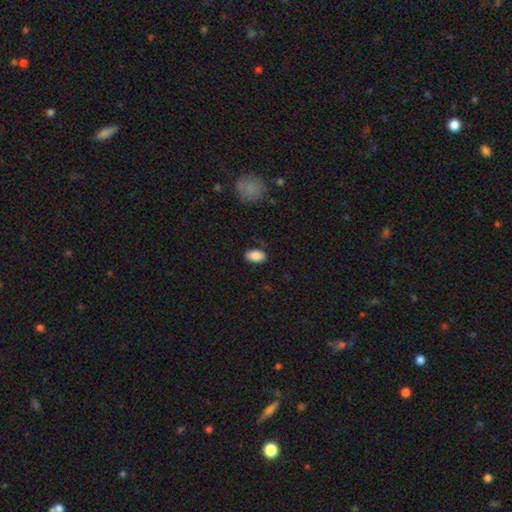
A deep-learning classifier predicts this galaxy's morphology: smooth 87%, star or artifact 7%, featured or disk 5%. Down the decision tree: how rounded — in between (92%); merging — none (83%).